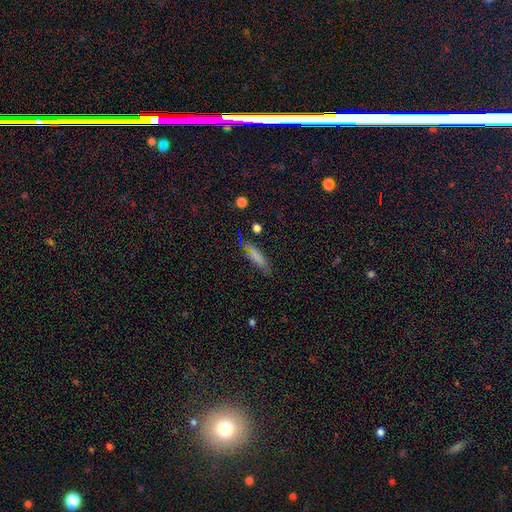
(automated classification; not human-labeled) Smooth or featured? Predicted: smooth (p=0.72). How rounded? Predicted: cigar-shaped (p=0.54). Merging? Predicted: none (p=0.64).